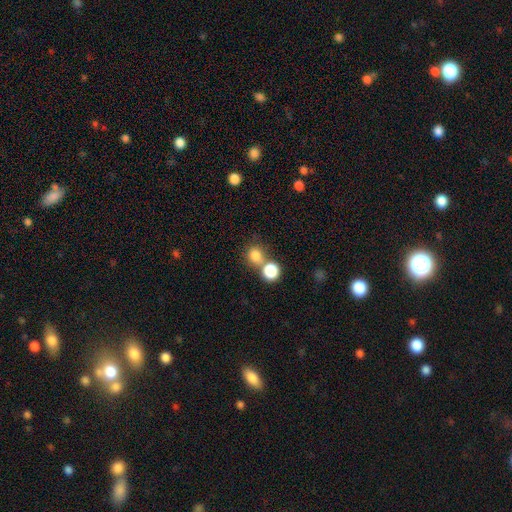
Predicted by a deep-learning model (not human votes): The model was most divided on "merging": none: 54%, merger: 35%, minor disturbance: 8%, major disturbance: 3%. More confident: how rounded — round (85%); smooth or featured — smooth (79%).